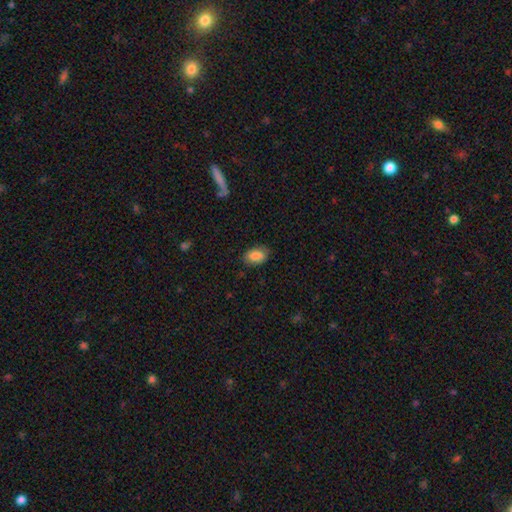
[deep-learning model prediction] This appears to be a smooth galaxy with no disk features (86%) that is in between round and cigar-shaped (91%). Merging: none (83%).